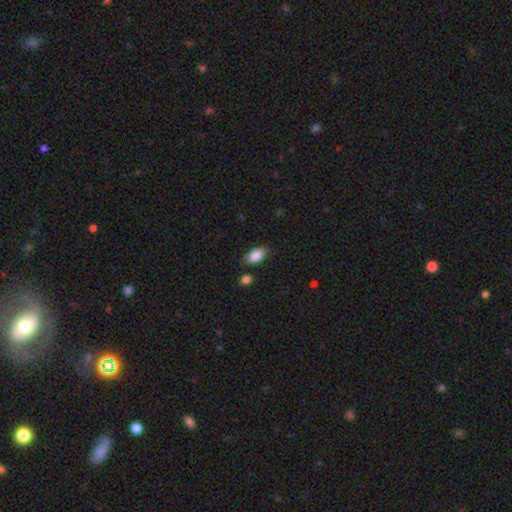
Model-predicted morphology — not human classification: A smooth galaxy with no disk features (86%) that is in between round and cigar-shaped (92%).

Vote fractions:
- Smooth or featured? smooth: 86% / featured or disk: 7% / star or artifact: 7%
- How rounded? in between: 92% / cigar-shaped: 4% / round: 4%
- Merging? none: 80% / minor disturbance: 14% / merger: 3% / major disturbance: 3%